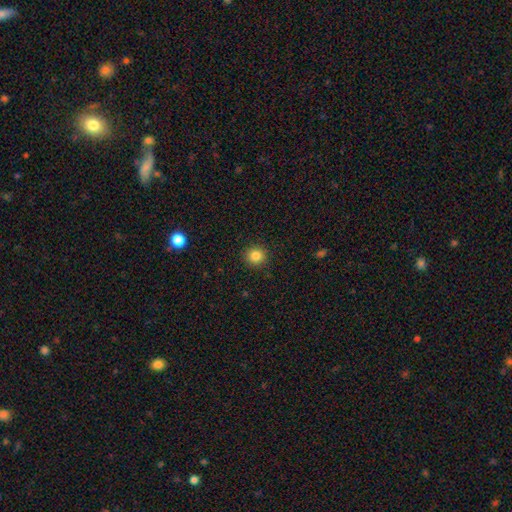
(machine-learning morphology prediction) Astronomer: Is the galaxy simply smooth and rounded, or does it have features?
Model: smooth — 84%.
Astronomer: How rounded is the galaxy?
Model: round — 92%.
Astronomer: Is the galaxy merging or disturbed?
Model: none — 91%.